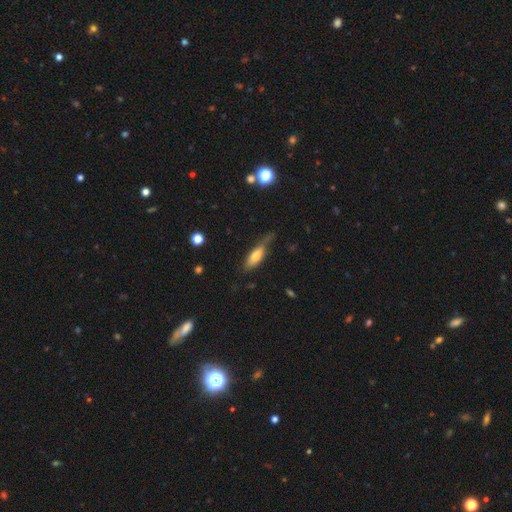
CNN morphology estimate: Smooth or featured: smooth — 66% (featured or disk — 27%)
How rounded: in between — 57% (cigar-shaped — 40%)
Merging: none — 46% (minor disturbance — 35%)